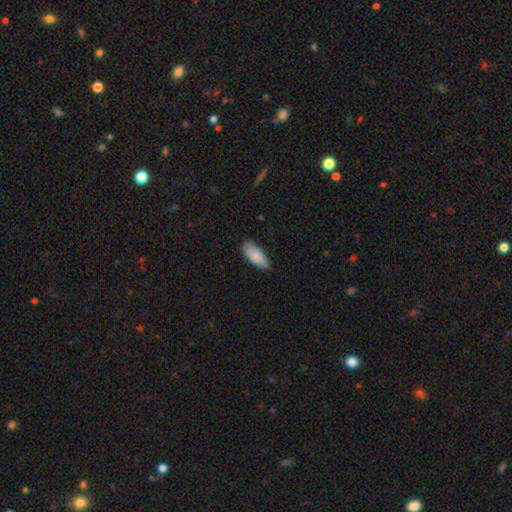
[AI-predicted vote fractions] smooth-or-featured: smooth: 86% | featured or disk: 8% | star or artifact: 6%
  how-rounded: in between: 85% | cigar-shaped: 13% | round: 2%
  merging: none: 83% | minor disturbance: 14% | major disturbance: 2% | merger: 1%